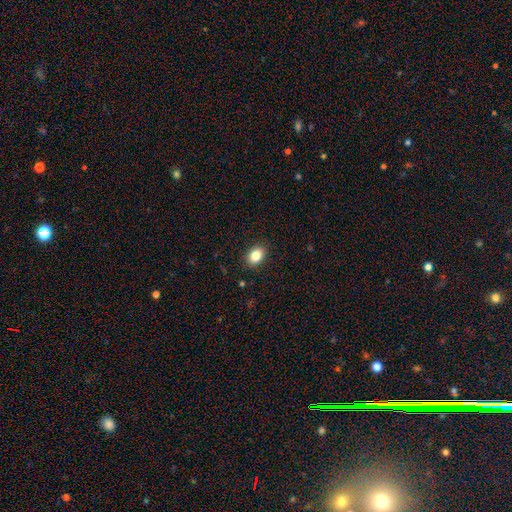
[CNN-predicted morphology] This appears to be a smooth galaxy with no disk features (85%) that is in between round and cigar-shaped (79%). Merging: none (89%).